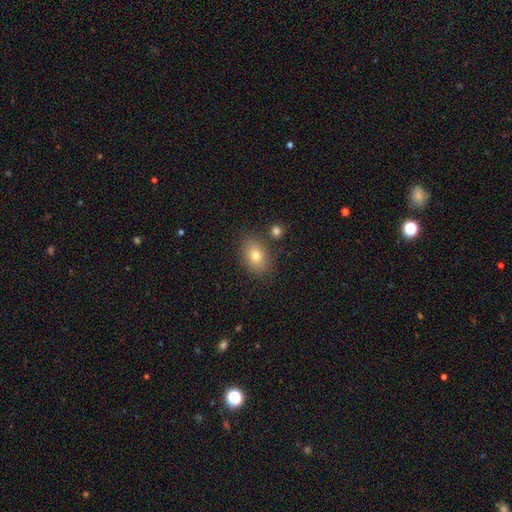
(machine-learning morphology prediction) smooth 76%, featured or disk 14%, star or artifact 10%. Down the decision tree: how rounded — in between (79%); merging — none (80%).